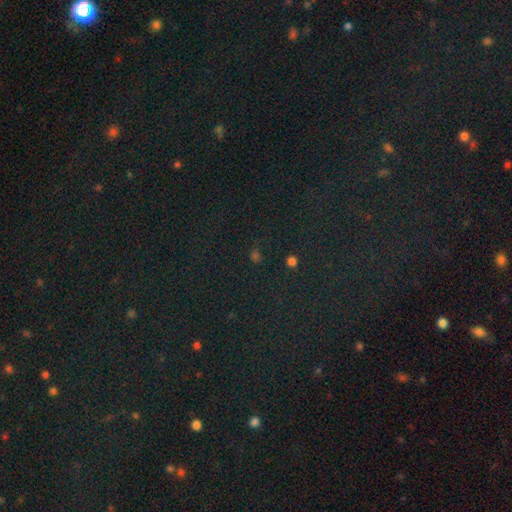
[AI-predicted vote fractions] A star or artifact, not a galaxy (60%).

Vote fractions:
- Smooth or featured? star or artifact: 60% / smooth: 33% / featured or disk: 7%